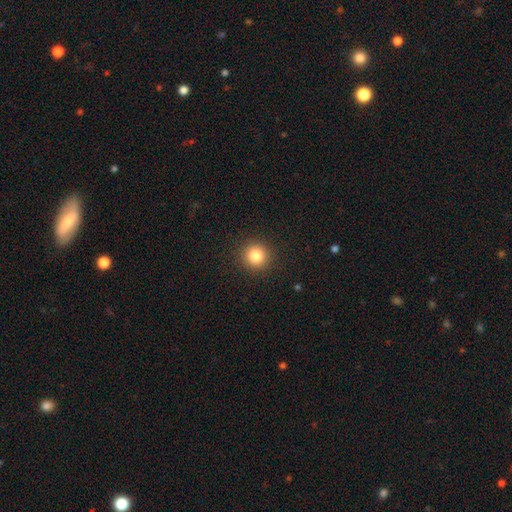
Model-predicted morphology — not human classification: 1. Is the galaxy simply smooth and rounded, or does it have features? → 83% smooth, 11% star or artifact, 5% featured or disk.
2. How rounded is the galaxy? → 94% round, 5% in between, 1% cigar-shaped.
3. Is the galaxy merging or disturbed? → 92% none, 5% minor disturbance, 2% major disturbance, 1% merger.